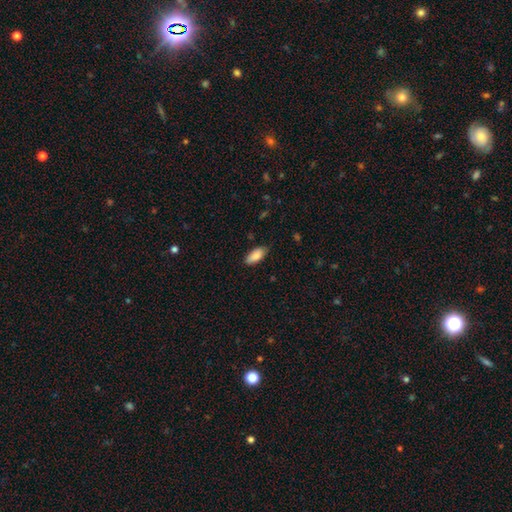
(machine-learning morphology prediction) Smooth or featured?
  - smooth: 87% *
  - featured or disk: 6%
  - star or artifact: 6%
How rounded?
  - in between: 87% *
  - cigar-shaped: 11%
  - round: 2%
Merging?
  - none: 78% *
  - minor disturbance: 18%
  - major disturbance: 3%
  - merger: 1%